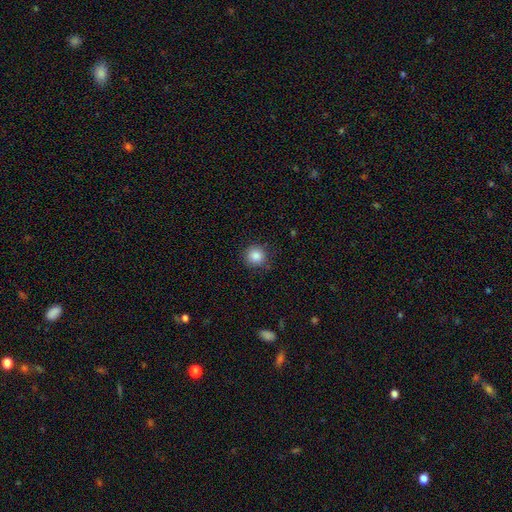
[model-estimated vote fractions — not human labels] smooth_or_featured: smooth (p=0.86) [alt: star or artifact p=0.10]
how_rounded: round (p=0.93) [alt: in between p=0.06]
merging: none (p=0.85) [alt: minor disturbance p=0.12]